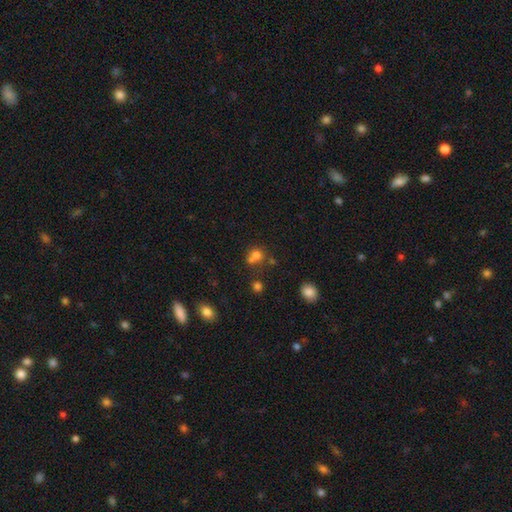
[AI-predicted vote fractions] Smooth or featured? smooth (71%)
How rounded? round (76%)
Merging? merger (45%)